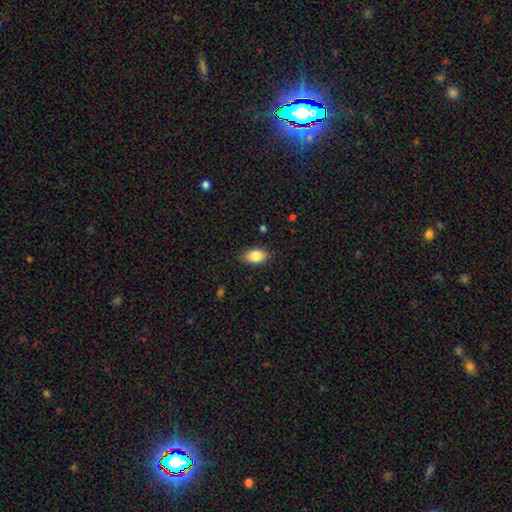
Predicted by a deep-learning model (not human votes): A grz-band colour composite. It shows a smooth galaxy with no disk features (86%) that is in between round and cigar-shaped (92%). Merging: none (87%).